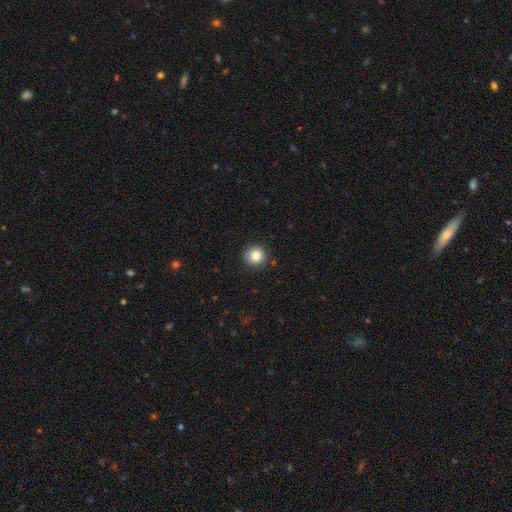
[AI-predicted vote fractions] A smooth galaxy with no disk features (84%) that is round (94%).

Vote fractions:
- Smooth or featured? smooth: 84% / star or artifact: 10% / featured or disk: 6%
- How rounded? round: 94% / in between: 5% / cigar-shaped: 1%
- Merging? none: 90% / minor disturbance: 7% / major disturbance: 2% / merger: 1%